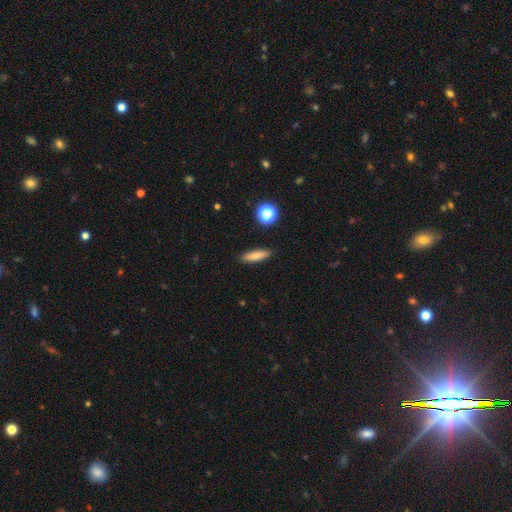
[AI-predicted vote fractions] Smooth or featured? Predicted: smooth (p=0.79). How rounded? Predicted: cigar-shaped (p=0.63). Merging? Predicted: none (p=0.89).